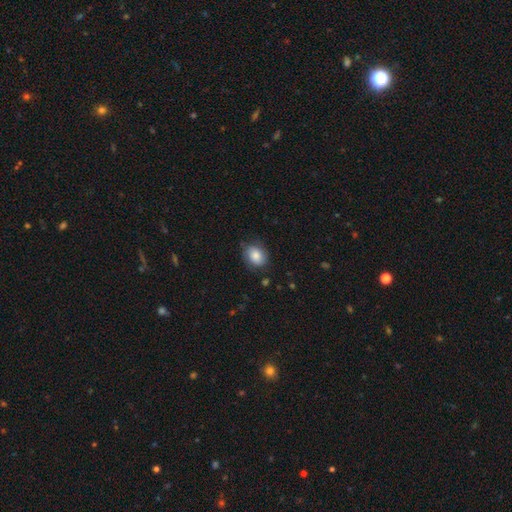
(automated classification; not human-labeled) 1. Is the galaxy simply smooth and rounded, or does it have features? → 80% smooth, 12% featured or disk, 8% star or artifact.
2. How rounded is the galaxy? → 58% in between, 41% round, 1% cigar-shaped.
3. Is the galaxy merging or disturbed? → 74% none, 19% minor disturbance, 5% major disturbance, 1% merger.